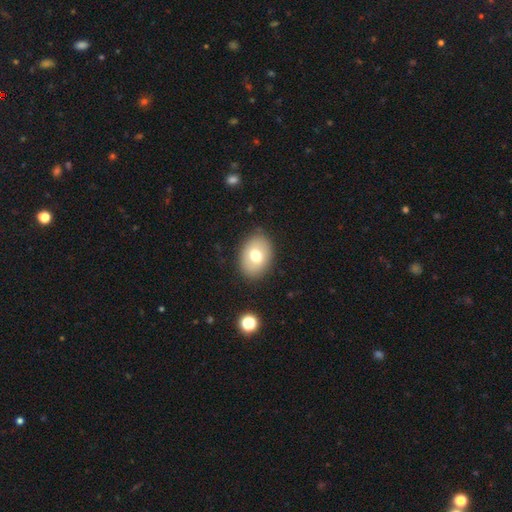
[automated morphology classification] smooth 71%, featured or disk 21%, star or artifact 9%. Down the decision tree: how rounded — in between (74%); merging — none (85%).